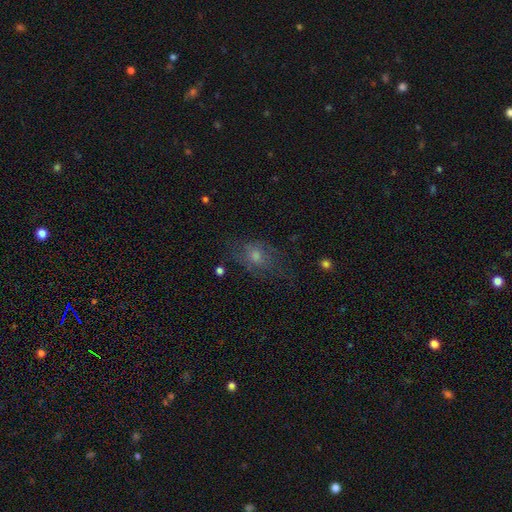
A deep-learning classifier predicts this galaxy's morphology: A smooth galaxy with no disk features (43%).

Vote fractions:
- Smooth or featured? smooth: 43% / featured or disk: 36% / star or artifact: 21%
- Merging? none: 59% / minor disturbance: 22% / major disturbance: 17% / merger: 2%